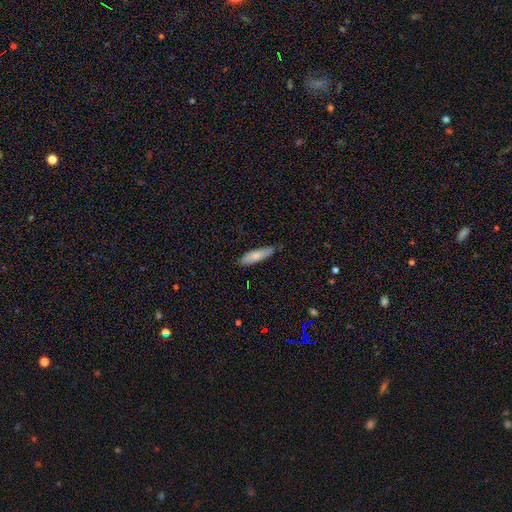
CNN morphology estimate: A smooth galaxy with no disk features (80%) that is cigar-shaped (57%).

Vote fractions:
- Smooth or featured? smooth: 80% / featured or disk: 14% / star or artifact: 6%
- How rounded? cigar-shaped: 57% / in between: 41% / round: 2%
- Merging? none: 77% / minor disturbance: 19% / major disturbance: 3% / merger: 1%